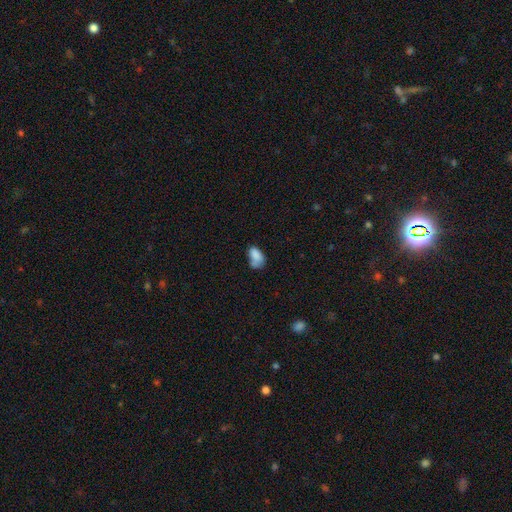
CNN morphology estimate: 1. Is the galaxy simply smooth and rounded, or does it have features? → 78% smooth, 12% featured or disk, 10% star or artifact.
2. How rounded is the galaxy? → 89% in between, 9% round, 2% cigar-shaped.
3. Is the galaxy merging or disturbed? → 35% none, 27% minor disturbance, 23% merger, 15% major disturbance.